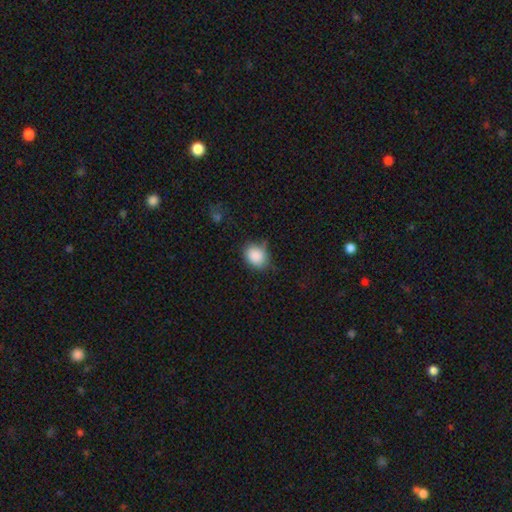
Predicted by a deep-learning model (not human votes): A smooth galaxy with no disk features (88%) that is in between round and cigar-shaped (57%).

Vote fractions:
- Smooth or featured? smooth: 88% / star or artifact: 8% / featured or disk: 4%
- How rounded? in between: 57% / round: 42% / cigar-shaped: 1%
- Merging? none: 66% / minor disturbance: 26% / major disturbance: 6% / merger: 3%